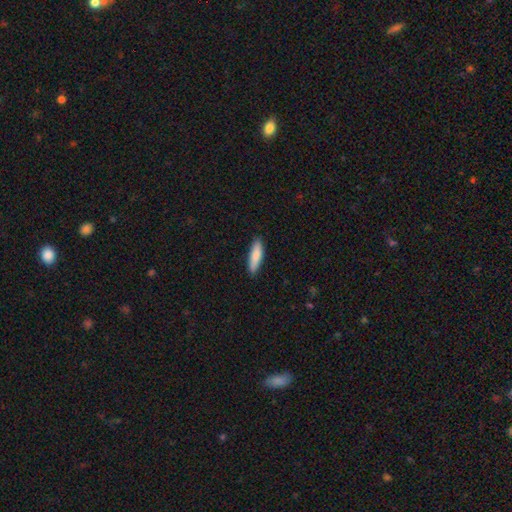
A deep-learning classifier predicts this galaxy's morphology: Smooth or featured: smooth — 85% (featured or disk — 9%)
How rounded: cigar-shaped — 66% (in between — 33%)
Merging: none — 89% (minor disturbance — 9%)